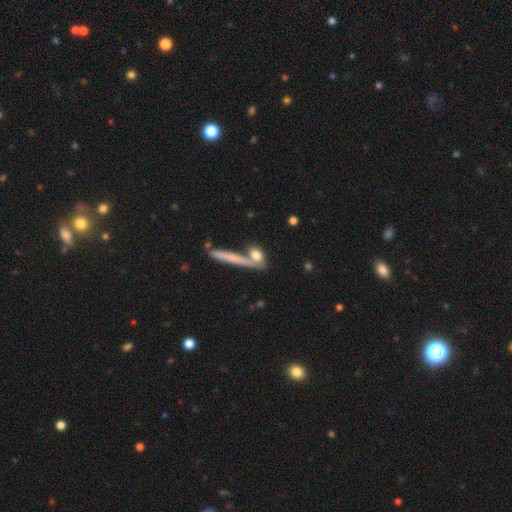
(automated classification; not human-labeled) Smooth or featured?
  - smooth: 71% *
  - featured or disk: 21%
  - star or artifact: 8%
How rounded?
  - in between: 43% *
  - cigar-shaped: 41%
  - round: 17%
Merging?
  - none: 53% *
  - merger: 29%
  - minor disturbance: 12%
  - major disturbance: 6%